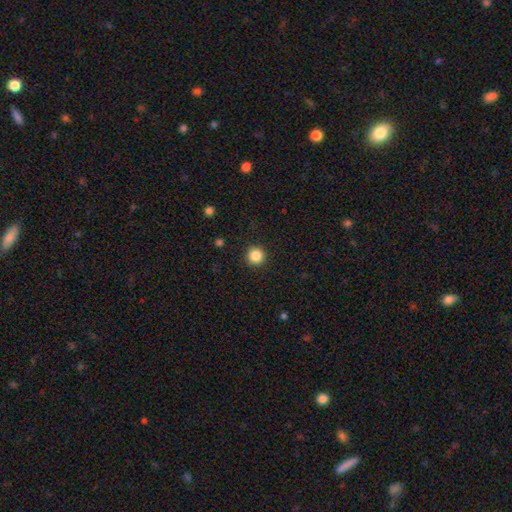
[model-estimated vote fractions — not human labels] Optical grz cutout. It shows a smooth galaxy with no disk features (86%) that is round (95%). Merging: none (92%).